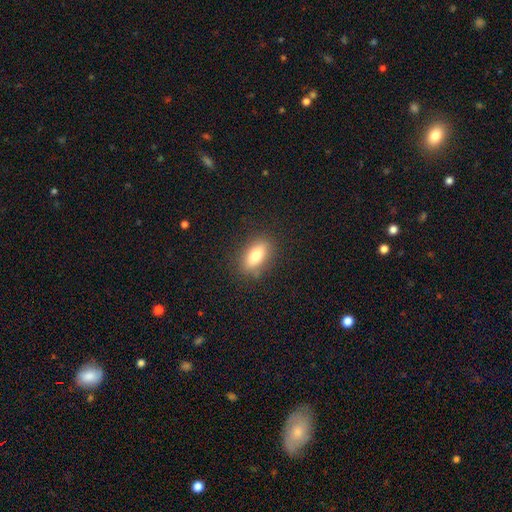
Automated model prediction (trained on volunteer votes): smooth-or-featured: smooth: 77% | featured or disk: 15% | star or artifact: 8%
  how-rounded: in between: 81% | cigar-shaped: 13% | round: 6%
  merging: none: 85% | minor disturbance: 11% | major disturbance: 3% | merger: 1%